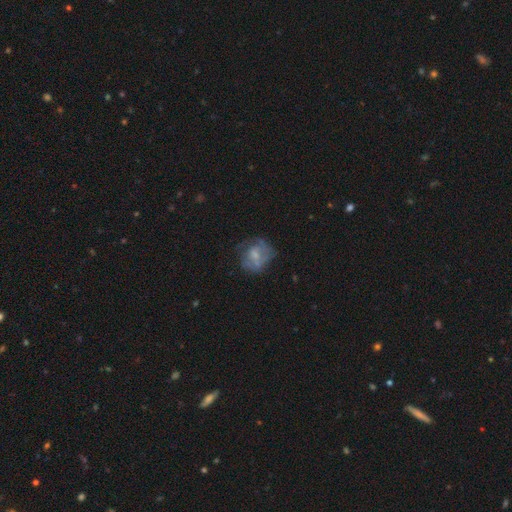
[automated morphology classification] The model was most divided on "spiral arms": no: 52%, yes: 48%. Remaining: edge-on disk — no (97%); bar — no (59%); smooth or featured — featured or disk (53%); merging — none (49%); bulge size — small (40%).